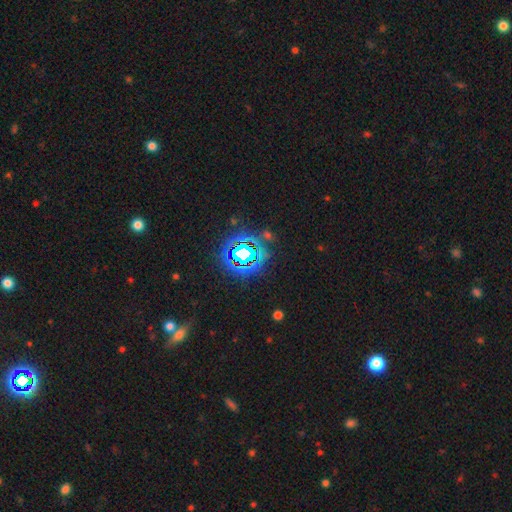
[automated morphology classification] Smooth or featured? Predicted: star or artifact (p=0.81).